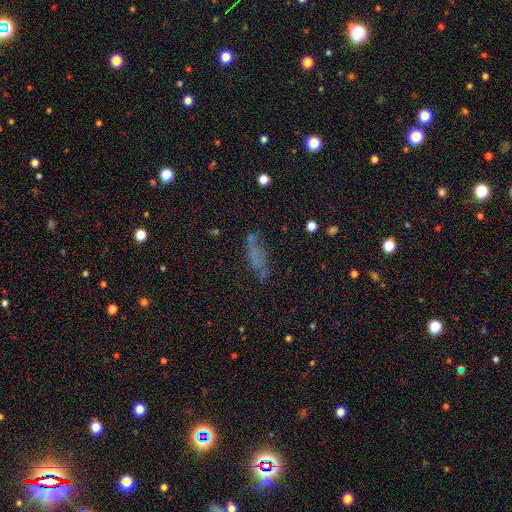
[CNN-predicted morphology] type=smooth (52%); roundness=in between (52%); merging=none (53%).